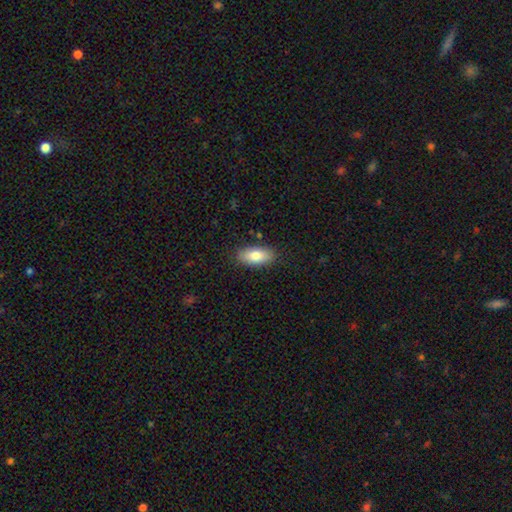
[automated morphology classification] type=smooth (80%); roundness=in between (89%); merging=none (86%).